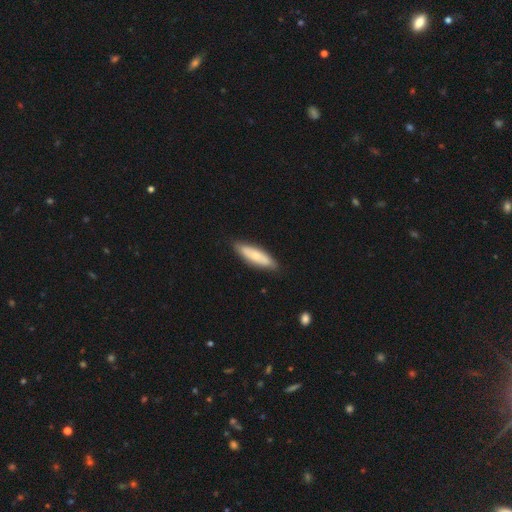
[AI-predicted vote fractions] smooth_or_featured: smooth (p=0.61) [alt: featured or disk p=0.34]
how_rounded: cigar-shaped (p=0.60) [alt: in between p=0.38]
merging: none (p=0.85) [alt: minor disturbance p=0.12]